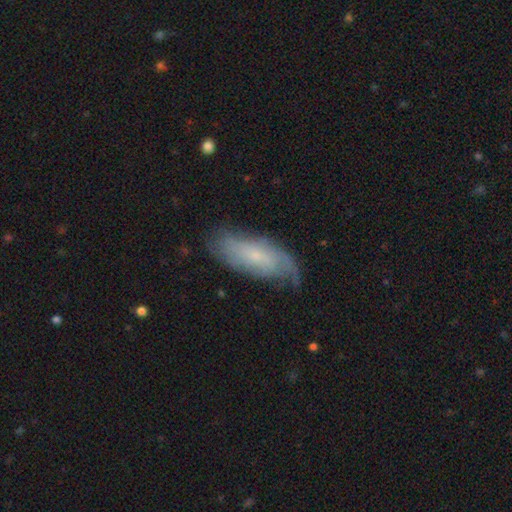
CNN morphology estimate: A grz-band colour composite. It shows a featured or disk galaxy (57%). Merging: none (66%).